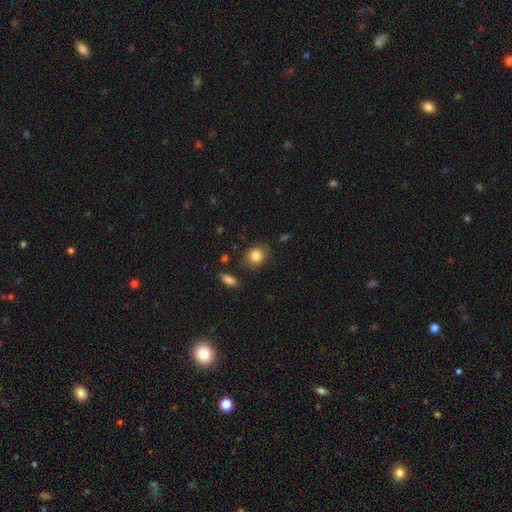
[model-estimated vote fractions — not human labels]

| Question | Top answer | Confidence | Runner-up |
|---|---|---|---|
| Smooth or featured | smooth | 84% | star or artifact (9%) |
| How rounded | round | 70% | in between (29%) |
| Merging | none | 78% | minor disturbance (16%) |